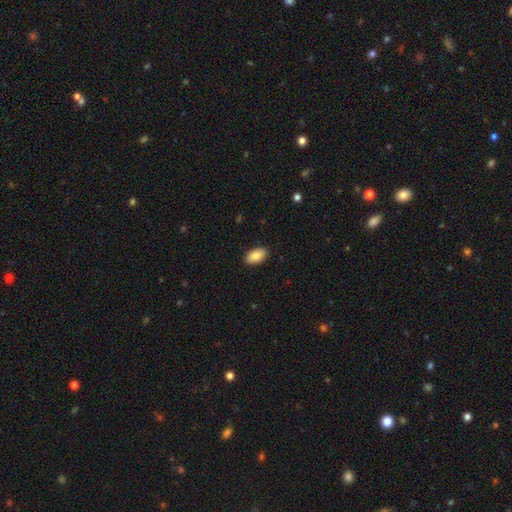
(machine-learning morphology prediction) Q: Smooth or featured?
A: smooth (87%); runner-up: star or artifact (7%)
Q: How rounded?
A: in between (94%); runner-up: round (4%)
Q: Merging?
A: none (89%); runner-up: minor disturbance (8%)